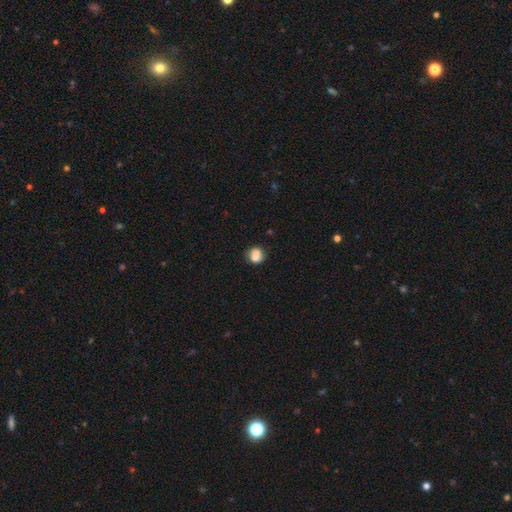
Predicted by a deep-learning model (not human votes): Morphology: type=smooth (82%); roundness=round (78%); merging=none (67%).